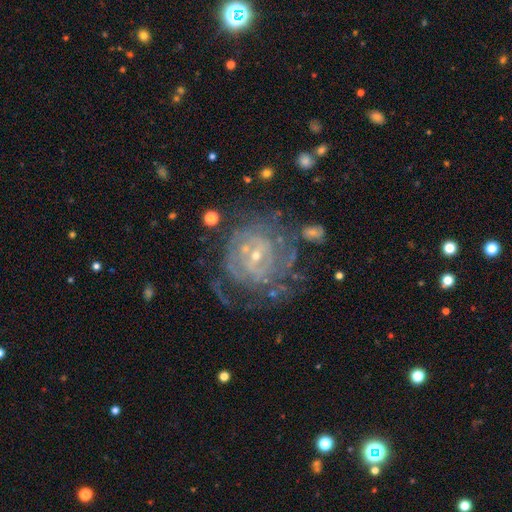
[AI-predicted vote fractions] Q: Smooth or featured?
A: featured or disk (83%); runner-up: smooth (9%)
Q: Edge-on disk?
A: no (97%); runner-up: yes (3%)
Q: Bar?
A: weak (45%); runner-up: no (39%)
Q: Spiral arms?
A: yes (88%); runner-up: no (12%)
Q: Spiral winding?
A: tight (72%); runner-up: medium (21%)
Q: Spiral arm count?
A: can't tell (48%); runner-up: 2 (16%)
Q: Bulge size?
A: small (74%); runner-up: moderate (21%)
Q: Merging?
A: none (61%); runner-up: minor disturbance (18%)